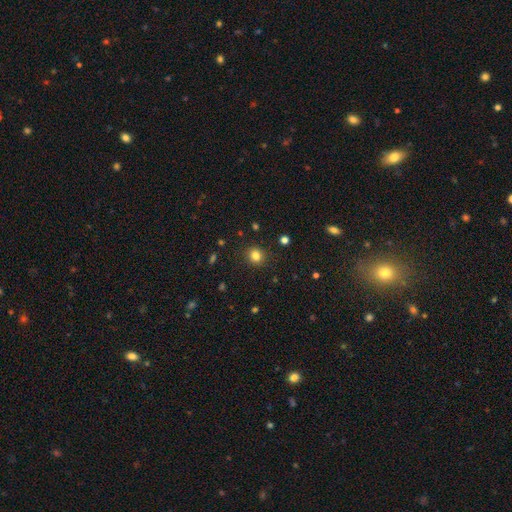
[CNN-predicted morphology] This is clearly a smooth galaxy (82%). How rounded: clearly round (84%). Merging: clearly none (89%).